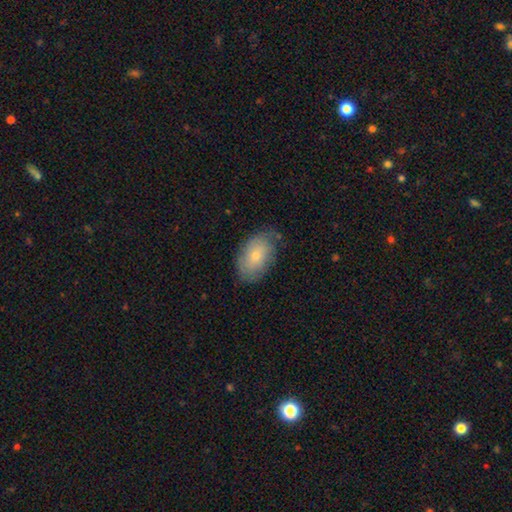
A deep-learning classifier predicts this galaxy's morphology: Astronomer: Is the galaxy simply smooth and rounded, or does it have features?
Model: smooth — 67%.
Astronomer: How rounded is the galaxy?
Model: in between — 91%.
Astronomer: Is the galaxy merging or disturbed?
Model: none — 69%.